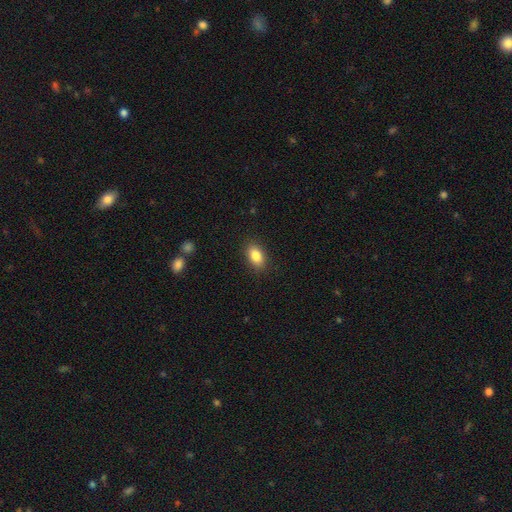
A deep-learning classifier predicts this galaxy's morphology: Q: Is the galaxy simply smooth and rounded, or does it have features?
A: smooth — 86%.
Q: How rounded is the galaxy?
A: in between — 87%.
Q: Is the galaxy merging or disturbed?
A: none — 88%.